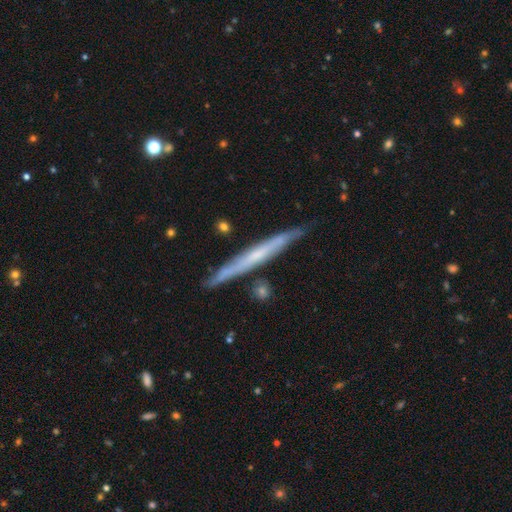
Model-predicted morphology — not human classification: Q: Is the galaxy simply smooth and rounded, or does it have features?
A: featured or disk — 62%.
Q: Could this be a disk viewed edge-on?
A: yes — 94%.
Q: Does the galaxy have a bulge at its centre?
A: none — 71%.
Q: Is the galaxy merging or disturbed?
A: none — 84%.